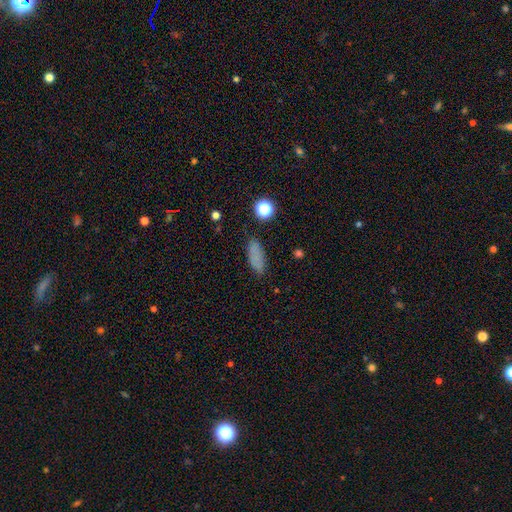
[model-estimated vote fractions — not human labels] Smooth or featured: smooth — 80% (star or artifact — 13%)
How rounded: in between — 64% (cigar-shaped — 33%)
Merging: none — 84% (minor disturbance — 11%)